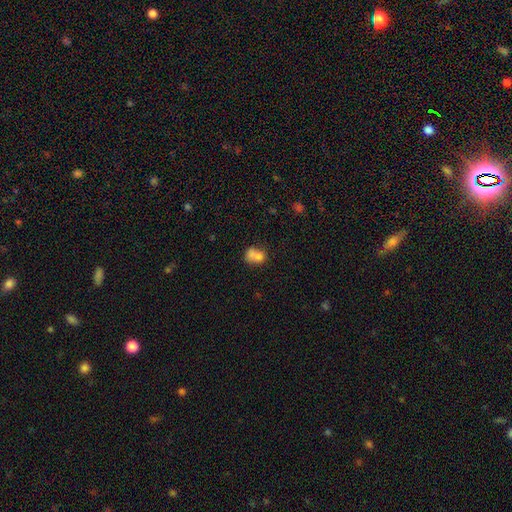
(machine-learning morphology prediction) type=smooth (72%); roundness=round (51%); merging=merger (61%).